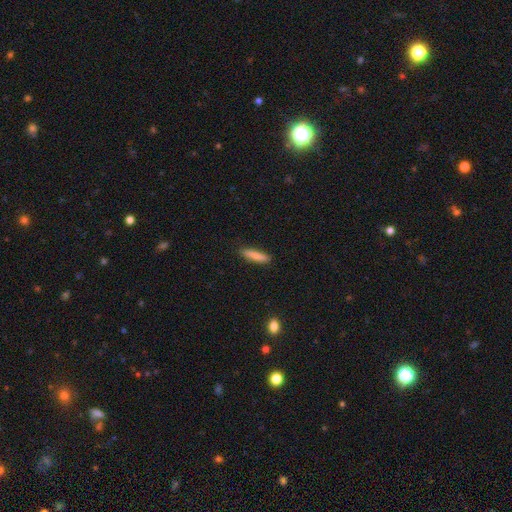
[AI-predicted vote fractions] Smooth or featured? smooth (83%)
How rounded? cigar-shaped (81%)
Merging? none (86%)